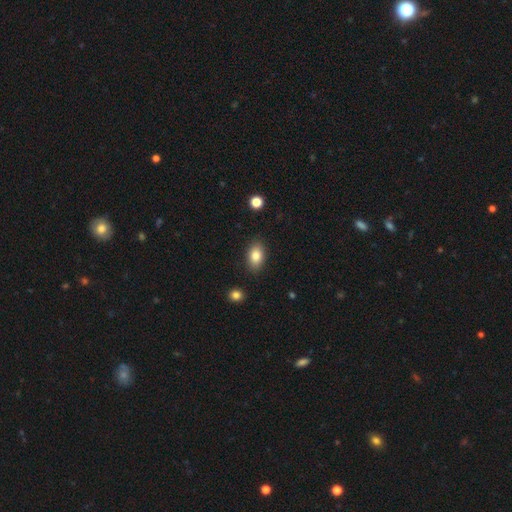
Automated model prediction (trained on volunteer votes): smooth-or-featured: smooth: 84% | star or artifact: 8% | featured or disk: 8%
  how-rounded: in between: 88% | round: 11% | cigar-shaped: 2%
  merging: none: 86% | minor disturbance: 10% | major disturbance: 3% | merger: 2%